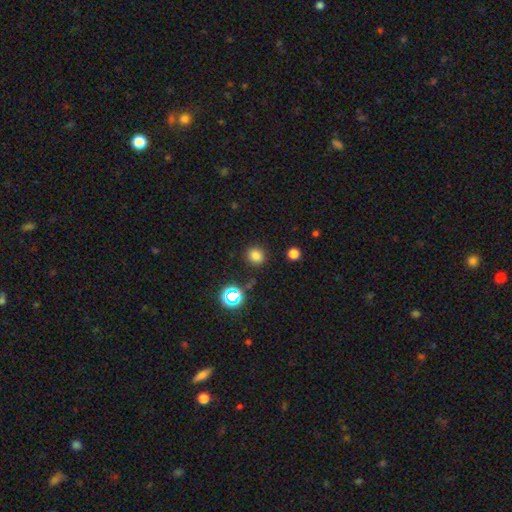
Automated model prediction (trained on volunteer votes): smooth_or_featured: smooth (p=0.78) [alt: star or artifact p=0.17]
how_rounded: round (p=0.82) [alt: in between p=0.17]
merging: none (p=0.88) [alt: minor disturbance p=0.07]